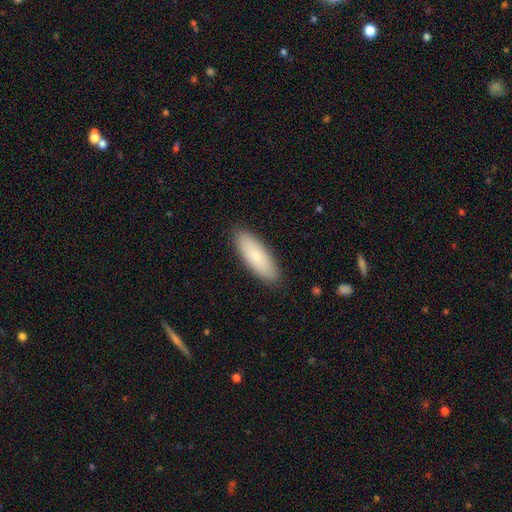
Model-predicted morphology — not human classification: smooth-or-featured: smooth: 79% | featured or disk: 16% | star or artifact: 6%
  how-rounded: in between: 64% | cigar-shaped: 34% | round: 2%
  merging: none: 88% | minor disturbance: 9% | major disturbance: 2% | merger: 1%